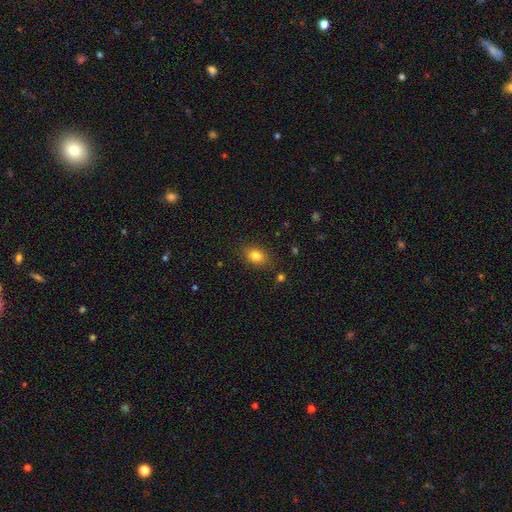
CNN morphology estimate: This is clearly a smooth galaxy (82%). How rounded: likely in between (73%). Merging: clearly none (84%).